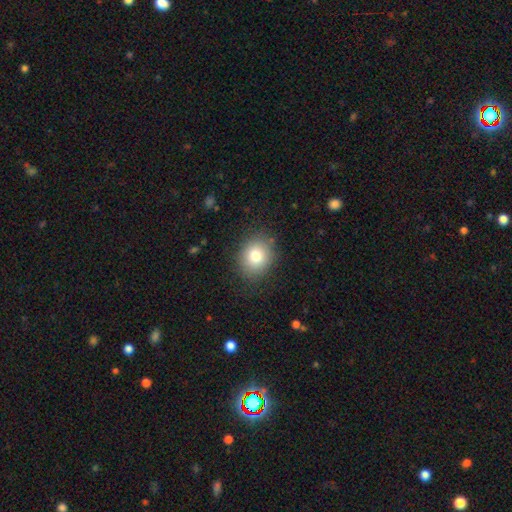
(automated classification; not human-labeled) Smooth or featured? smooth (79%)
How rounded? round (61%)
Merging? none (84%)